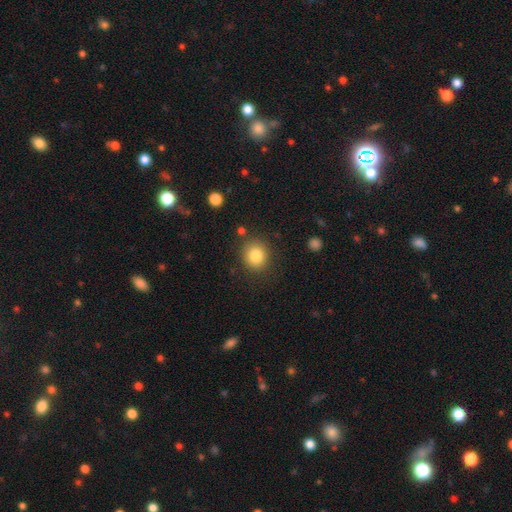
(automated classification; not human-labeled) Smooth or featured?
  - smooth: 83% *
  - star or artifact: 10%
  - featured or disk: 7%
How rounded?
  - round: 80% *
  - in between: 19%
  - cigar-shaped: 1%
Merging?
  - none: 84% *
  - minor disturbance: 10%
  - major disturbance: 3%
  - merger: 3%